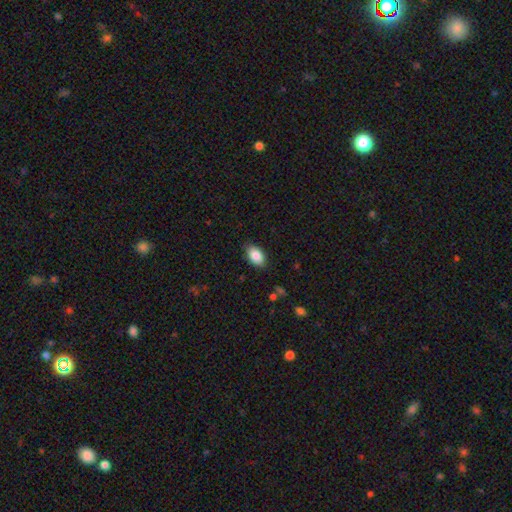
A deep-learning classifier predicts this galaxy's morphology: smooth-or-featured: smooth: 87% | star or artifact: 7% | featured or disk: 6%
  how-rounded: in between: 92% | round: 6% | cigar-shaped: 2%
  merging: none: 86% | minor disturbance: 11% | major disturbance: 2% | merger: 1%